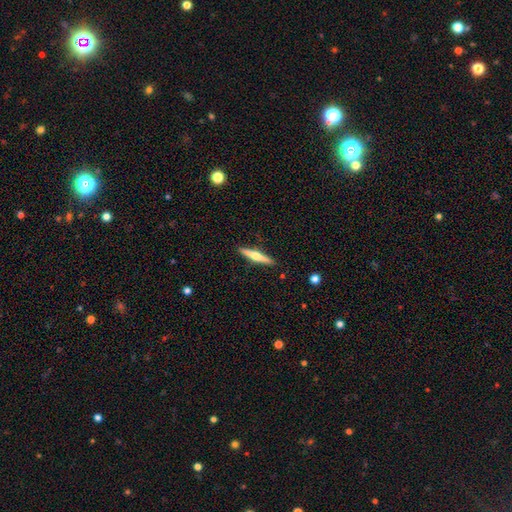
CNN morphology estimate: Smooth or featured: featured or disk — 61% (smooth — 34%)
Edge-on disk: yes — 97% (no — 3%)
Edge-on bulge: rounded — 92% (none — 5%)
Merging: none — 91% (minor disturbance — 7%)